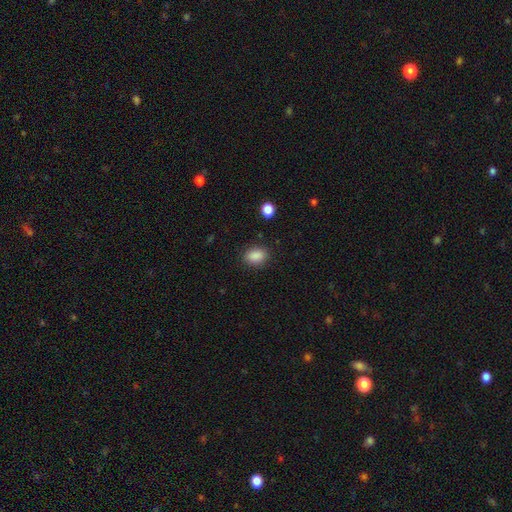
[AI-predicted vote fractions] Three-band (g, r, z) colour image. It shows a smooth galaxy with no disk features (88%) that is in between round and cigar-shaped (74%). Merging: none (85%).